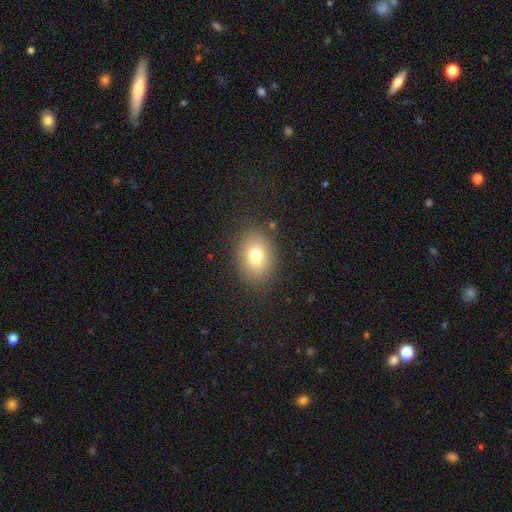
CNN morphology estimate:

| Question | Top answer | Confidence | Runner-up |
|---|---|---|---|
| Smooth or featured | smooth | 77% | star or artifact (12%) |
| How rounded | in between | 64% | round (35%) |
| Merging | none | 85% | minor disturbance (10%) |